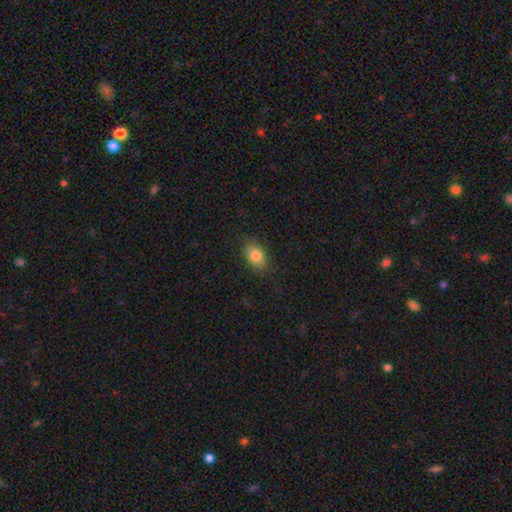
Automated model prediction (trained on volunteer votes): A smooth galaxy with no disk features (83%) that is in between round and cigar-shaped (82%).

Vote fractions:
- Smooth or featured? smooth: 83% / star or artifact: 8% / featured or disk: 8%
- How rounded? in between: 82% / round: 16% / cigar-shaped: 2%
- Merging? none: 84% / minor disturbance: 12% / major disturbance: 3% / merger: 1%